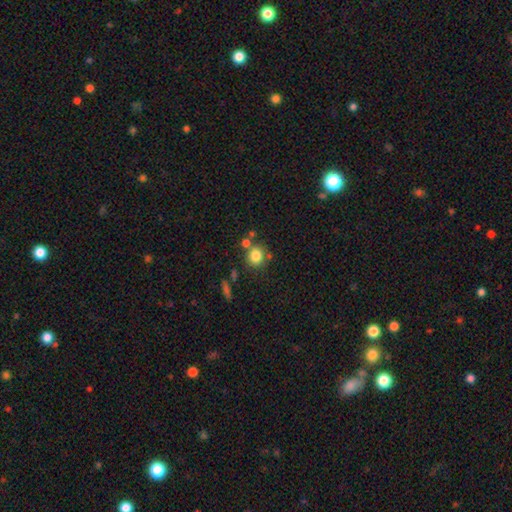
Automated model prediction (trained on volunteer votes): Overall: smooth (81%). How rounded: round (82%). Merging: none (68%).